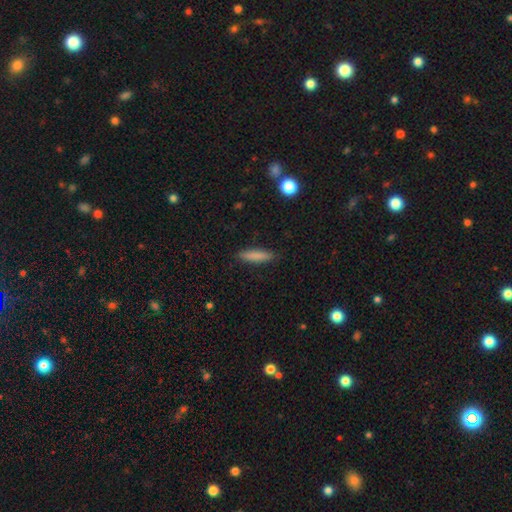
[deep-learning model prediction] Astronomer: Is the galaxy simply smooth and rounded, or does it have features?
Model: smooth — 83%.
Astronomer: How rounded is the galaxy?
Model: cigar-shaped — 81%.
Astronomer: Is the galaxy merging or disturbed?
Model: none — 89%.